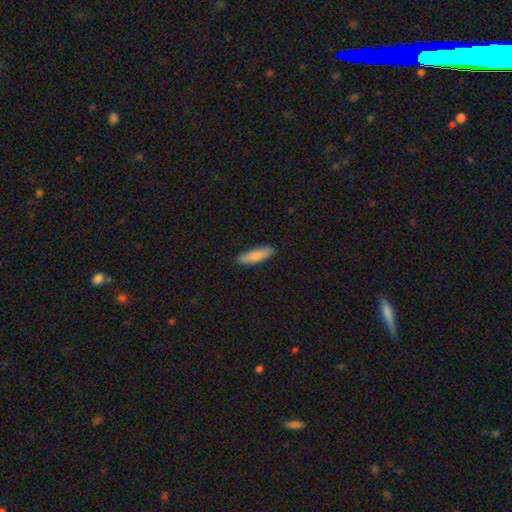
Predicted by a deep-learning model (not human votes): smooth_or_featured: smooth (p=0.84) [alt: featured or disk p=0.10]
how_rounded: cigar-shaped (p=0.62) [alt: in between p=0.37]
merging: none (p=0.88) [alt: minor disturbance p=0.09]